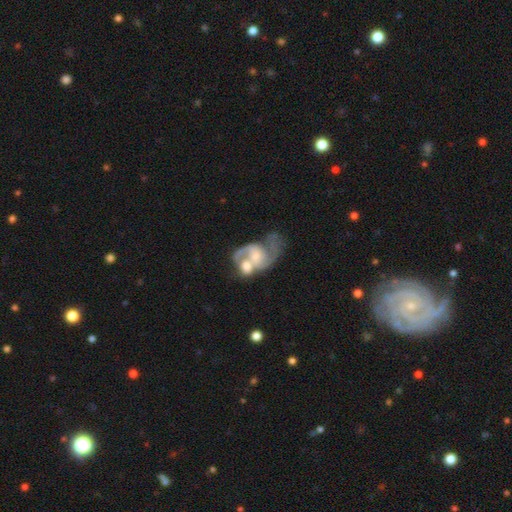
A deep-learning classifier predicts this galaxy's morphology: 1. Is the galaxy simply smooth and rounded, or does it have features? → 74% featured or disk, 19% smooth, 7% star or artifact.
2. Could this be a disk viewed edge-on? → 97% no, 3% yes.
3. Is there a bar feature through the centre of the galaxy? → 62% no, 31% weak, 7% strong.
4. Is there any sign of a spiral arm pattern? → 83% yes, 17% no.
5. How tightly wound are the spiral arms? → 45% loose, 42% medium, 14% tight.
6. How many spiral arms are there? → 75% 2, 11% 1, 9% can't tell, 2% 3, 1% 4, 1% more than 4.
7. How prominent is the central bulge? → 38% moderate, 29% small, 16% large, 15% none, 3% dominant.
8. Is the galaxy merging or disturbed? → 61% merger, 15% none, 15% major disturbance, 9% minor disturbance.